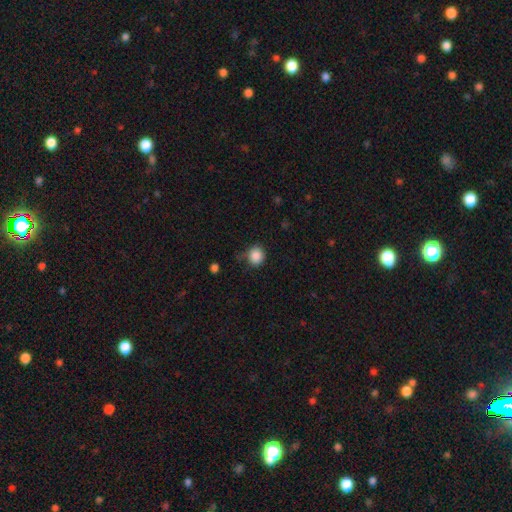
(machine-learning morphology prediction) Q: Smooth or featured?
A: smooth (87%); runner-up: star or artifact (10%)
Q: How rounded?
A: round (87%); runner-up: in between (12%)
Q: Merging?
A: none (74%); runner-up: minor disturbance (19%)